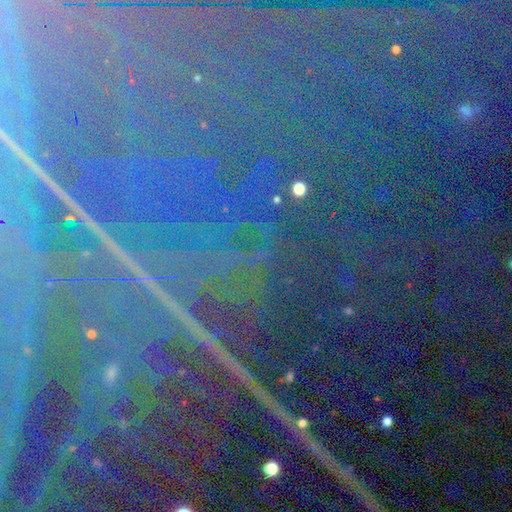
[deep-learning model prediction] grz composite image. It shows a star or artifact, not a galaxy (87%).